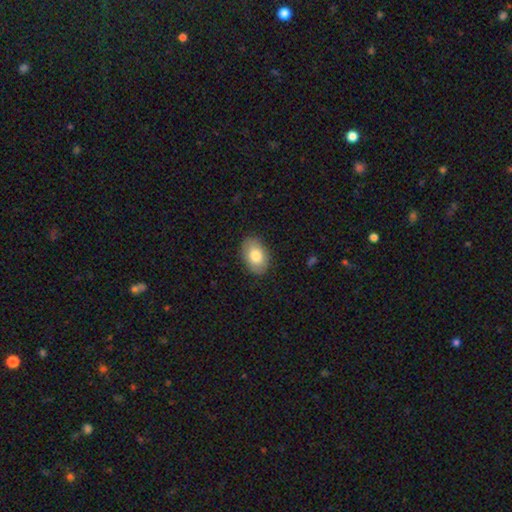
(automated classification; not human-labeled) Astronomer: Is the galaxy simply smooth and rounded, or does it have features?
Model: smooth — 80%.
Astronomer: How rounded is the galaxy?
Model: in between — 88%.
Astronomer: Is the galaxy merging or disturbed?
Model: none — 86%.